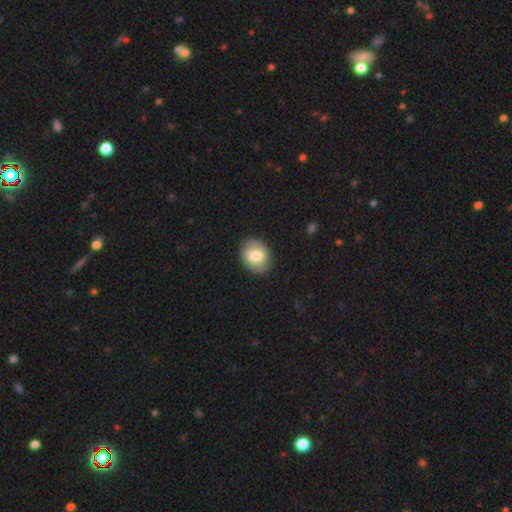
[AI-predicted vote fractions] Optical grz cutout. It shows a smooth galaxy with no disk features (76%) that is in between round and cigar-shaped (53%). Merging: none (87%).